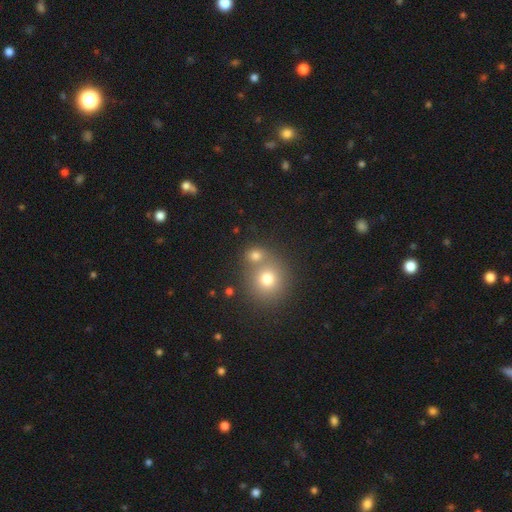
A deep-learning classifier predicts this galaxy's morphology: type=smooth (75%); roundness=round (78%); merging=none (50%).